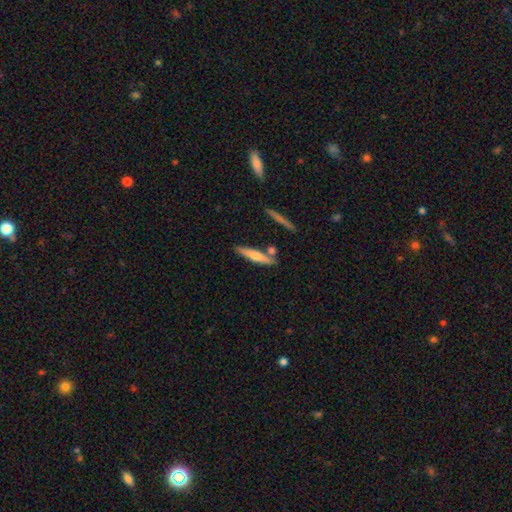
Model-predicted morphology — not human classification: This appears to be a smooth galaxy with no disk features (61%) that is cigar-shaped (85%). Merging: none (75%).